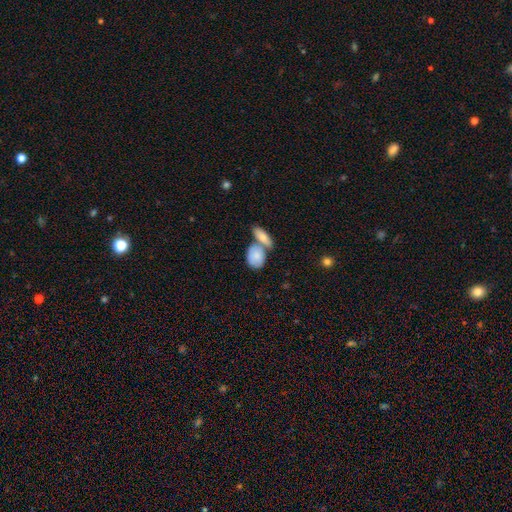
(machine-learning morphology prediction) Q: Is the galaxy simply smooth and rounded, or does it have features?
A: smooth — 78%.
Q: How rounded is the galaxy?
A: in between — 74%.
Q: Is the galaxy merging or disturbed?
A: merger — 48%.